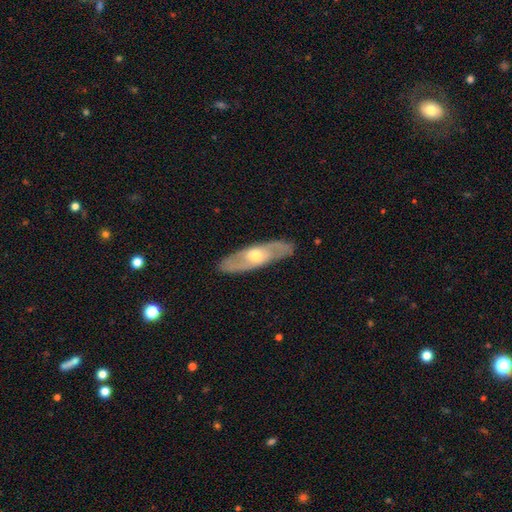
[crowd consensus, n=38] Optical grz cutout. It shows a featured or disk galaxy (82%) with no bar (79%), no spiral arms (53%) and a moderate central bulge (68%). Merging: none (89%).